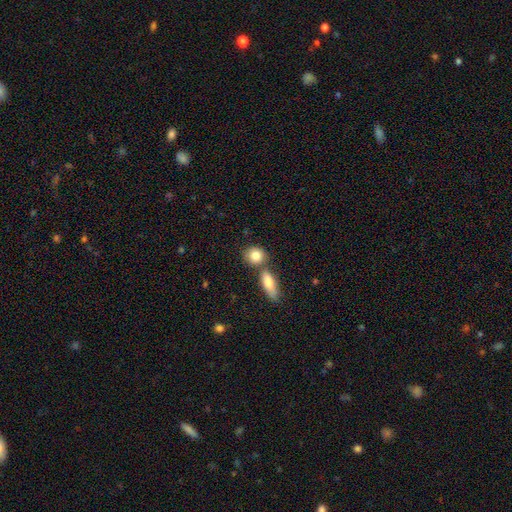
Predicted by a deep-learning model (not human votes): Morphology: type=smooth (83%); roundness=round (61%); merging=none (52%).